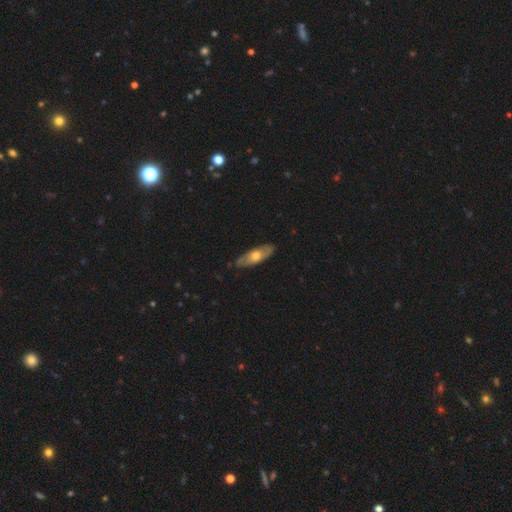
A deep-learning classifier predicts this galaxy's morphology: A featured or disk galaxy (48%). Merging: none (83%).